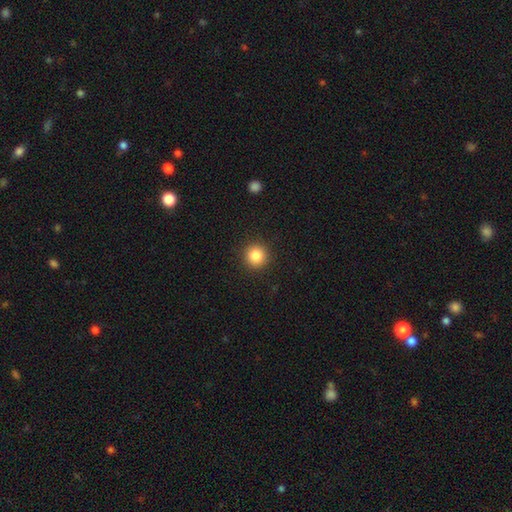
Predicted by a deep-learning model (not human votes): Overall: smooth (85%). How rounded: round (95%). Merging: none (92%).